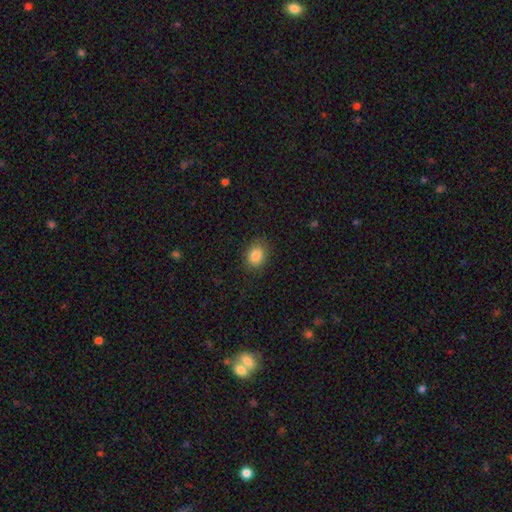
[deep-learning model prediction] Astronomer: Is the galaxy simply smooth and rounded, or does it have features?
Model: smooth — 86%.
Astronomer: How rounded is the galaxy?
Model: in between — 51% (runner-up: round, 48%).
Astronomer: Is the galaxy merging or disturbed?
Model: none — 85%.